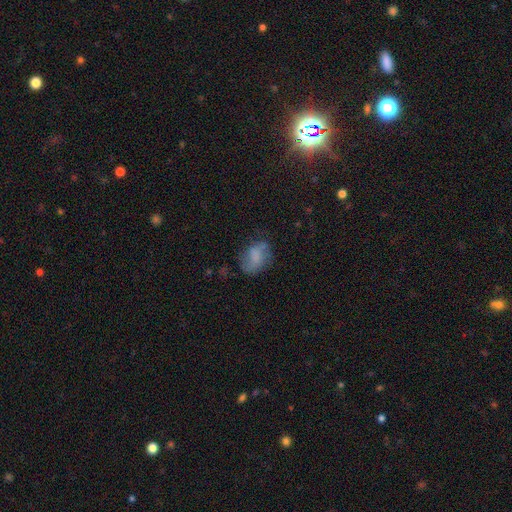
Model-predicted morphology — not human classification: smooth_or_featured: smooth (p=0.59) [alt: featured or disk p=0.31]
how_rounded: in between (p=0.72) [alt: round p=0.26]
merging: none (p=0.58) [alt: minor disturbance p=0.25]